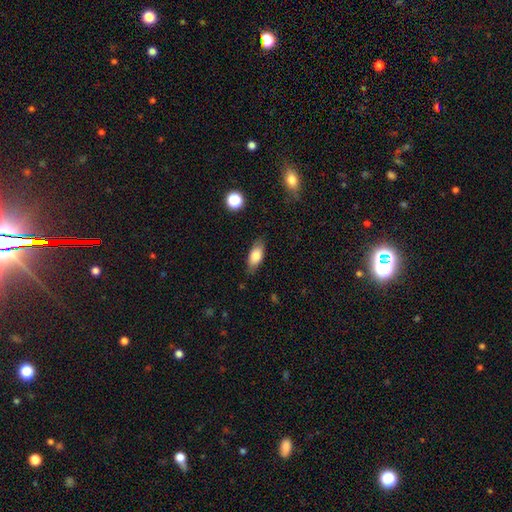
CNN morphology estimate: A smooth galaxy with no disk features (79%) that is in between round and cigar-shaped (83%). Merging: none (81%).